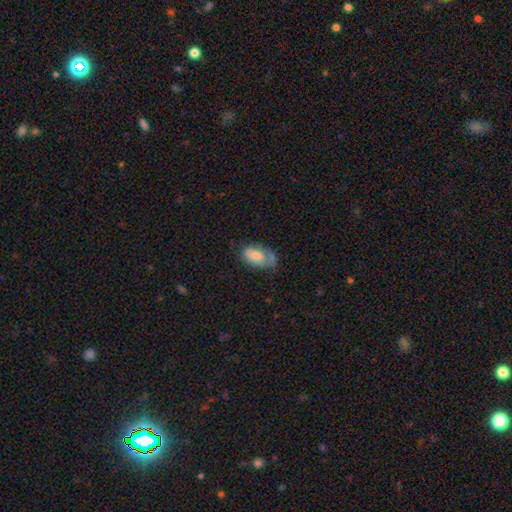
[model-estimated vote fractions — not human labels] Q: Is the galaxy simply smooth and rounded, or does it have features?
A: smooth — 61%.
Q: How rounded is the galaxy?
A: in between — 92%.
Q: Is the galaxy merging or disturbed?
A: none — 44%.